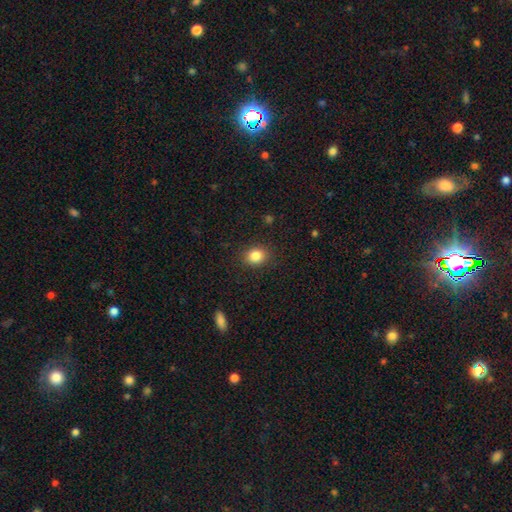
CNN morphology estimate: smooth 84%, star or artifact 10%, featured or disk 5%. Down the decision tree: how rounded — round (63%); merging — none (88%).